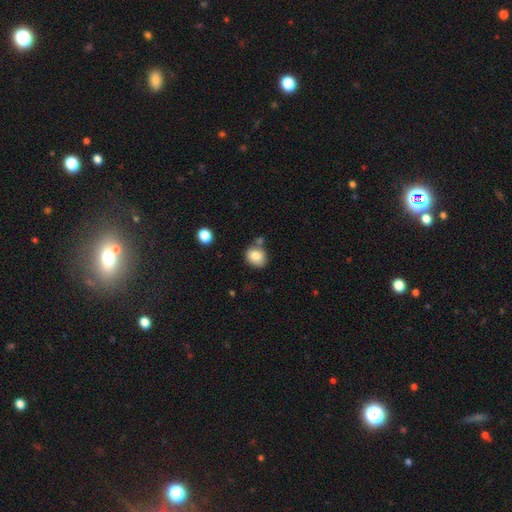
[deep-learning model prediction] smooth-or-featured: smooth: 82% | star or artifact: 9% | featured or disk: 9%
  how-rounded: round: 67% | in between: 32% | cigar-shaped: 1%
  merging: none: 66% | minor disturbance: 15% | merger: 15% | major disturbance: 4%